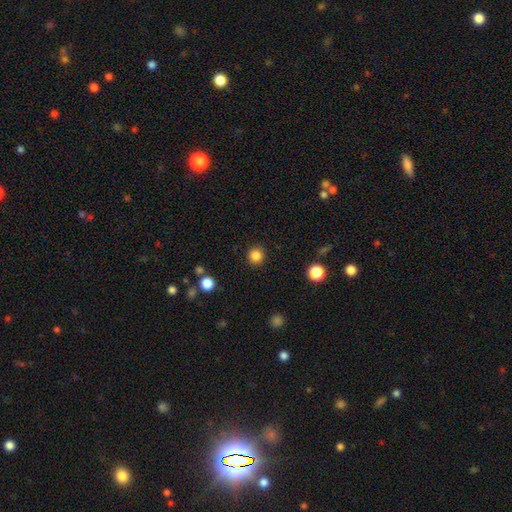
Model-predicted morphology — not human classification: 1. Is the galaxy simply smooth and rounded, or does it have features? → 85% smooth, 11% star or artifact, 4% featured or disk.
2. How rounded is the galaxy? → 94% round, 5% in between, 1% cigar-shaped.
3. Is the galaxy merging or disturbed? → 92% none, 5% minor disturbance, 2% major disturbance, 1% merger.